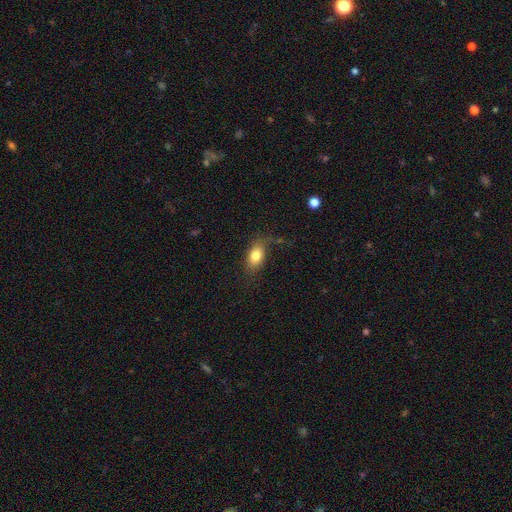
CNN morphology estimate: type=smooth (80%); roundness=in between (86%); merging=none (65%).